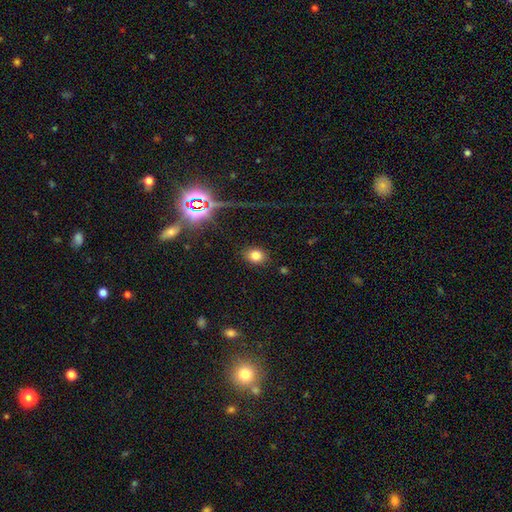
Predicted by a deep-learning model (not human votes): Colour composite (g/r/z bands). It shows a smooth galaxy with no disk features (78%) that is in between round and cigar-shaped (56%). Merging: none (86%).